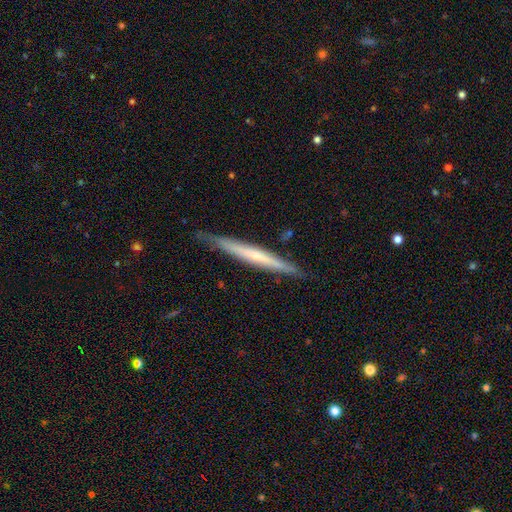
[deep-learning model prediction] Smooth or featured? featured or disk (53%)
Edge-on disk? yes (96%)
Edge-on bulge? none (71%)
Merging? none (85%)